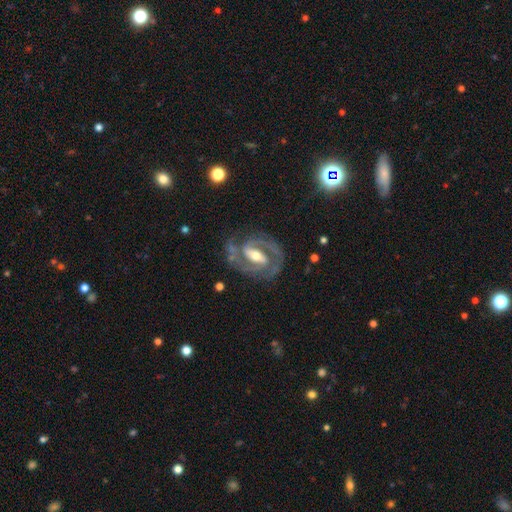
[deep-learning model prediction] A featured or disk galaxy (90%) with a strong bar (46%), 2 (90%) medium (51%) spiral arms (97%) and a moderate central bulge (61%).

Vote fractions:
- Smooth or featured? featured or disk: 90% / star or artifact: 5% / smooth: 5%
- Edge-on disk? no: 97% / yes: 3%
- Bar? strong: 46% / weak: 40% / no: 14%
- Spiral arms? yes: 97% / no: 3%
- Spiral winding? medium: 51% / tight: 42% / loose: 8%
- Spiral arm count? 2: 90% / can't tell: 3% / 3: 3% / 1: 2% / 4: 1% / more than 4: 1%
- Bulge size? moderate: 61% / small: 30% / large: 7% / none: 1% / dominant: 1%
- Merging? none: 77% / minor disturbance: 14% / major disturbance: 6% / merger: 2%